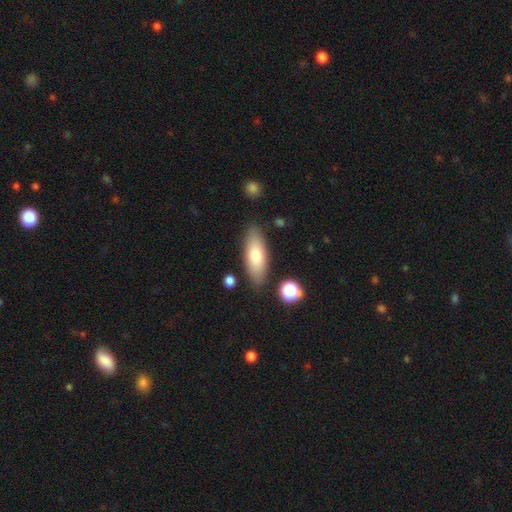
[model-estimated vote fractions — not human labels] smooth_or_featured: smooth (p=0.73) [alt: featured or disk p=0.21]
how_rounded: in between (p=0.65) [alt: cigar-shaped p=0.33]
merging: none (p=0.85) [alt: minor disturbance p=0.10]